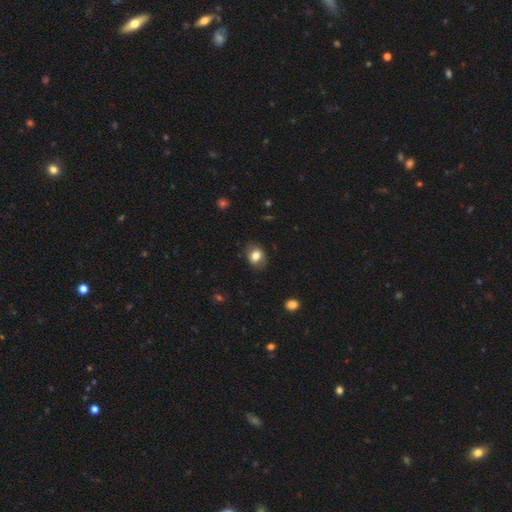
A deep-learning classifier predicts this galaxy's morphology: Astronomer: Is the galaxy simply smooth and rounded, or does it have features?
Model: smooth — 77%.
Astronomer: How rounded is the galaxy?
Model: in between — 58% (runner-up: round, 41%).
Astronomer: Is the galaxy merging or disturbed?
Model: none — 79%.